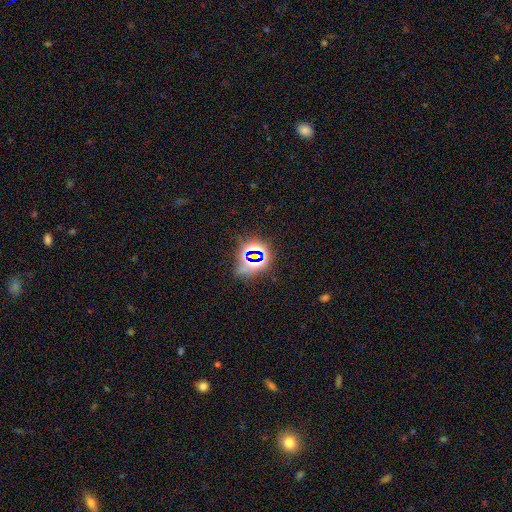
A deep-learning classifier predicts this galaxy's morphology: smooth-or-featured: star or artifact: 70% | smooth: 19% | featured or disk: 10%